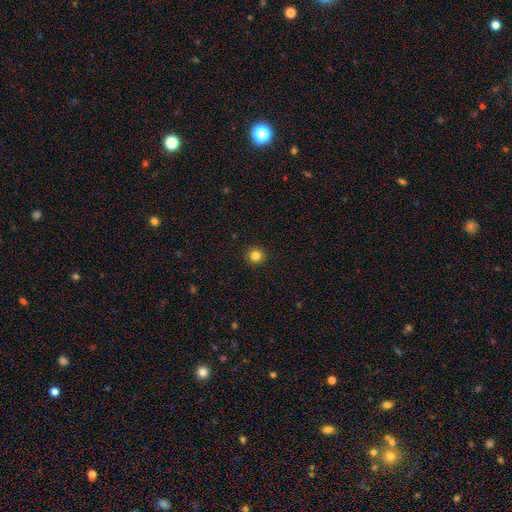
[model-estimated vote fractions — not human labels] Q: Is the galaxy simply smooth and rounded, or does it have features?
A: smooth — 83%.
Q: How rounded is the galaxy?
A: round — 94%.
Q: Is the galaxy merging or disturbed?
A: none — 93%.